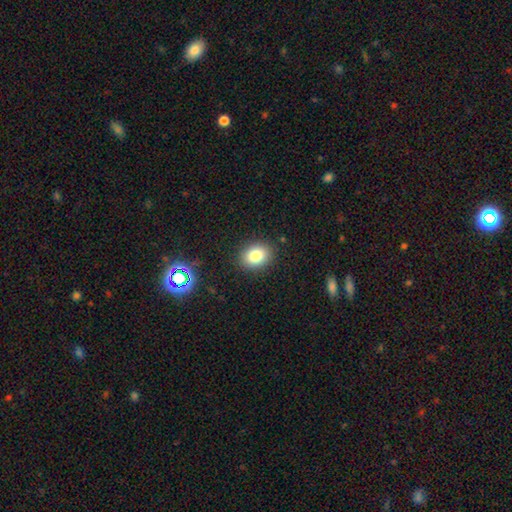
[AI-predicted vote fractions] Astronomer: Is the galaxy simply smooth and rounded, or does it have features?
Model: smooth — 82%.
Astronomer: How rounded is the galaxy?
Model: in between — 55% (runner-up: round, 44%).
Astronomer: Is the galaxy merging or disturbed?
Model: none — 88%.